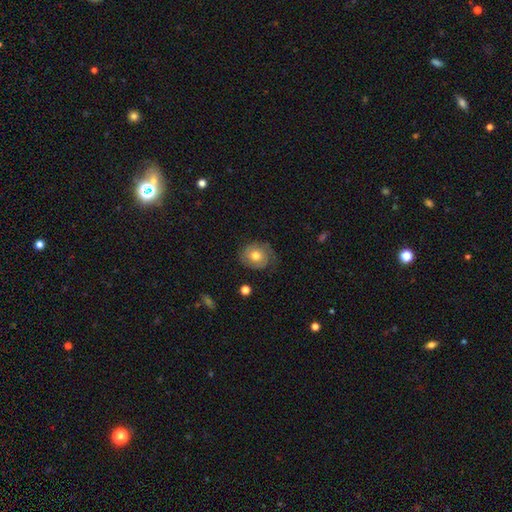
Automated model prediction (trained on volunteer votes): A smooth galaxy with no disk features (48%). Merging: none (64%).